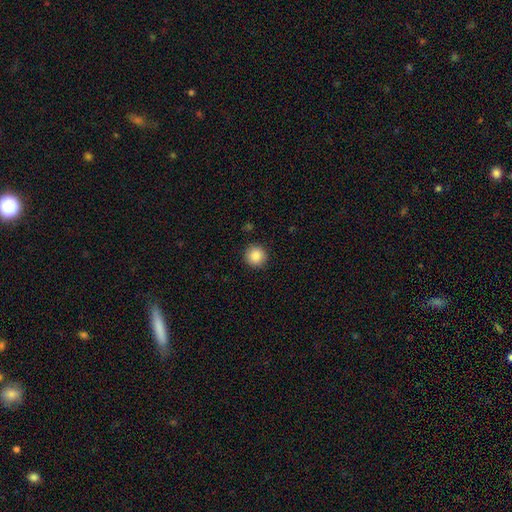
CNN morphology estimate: This appears to be a smooth galaxy with no disk features (87%) that is round (95%). Merging: none (91%).